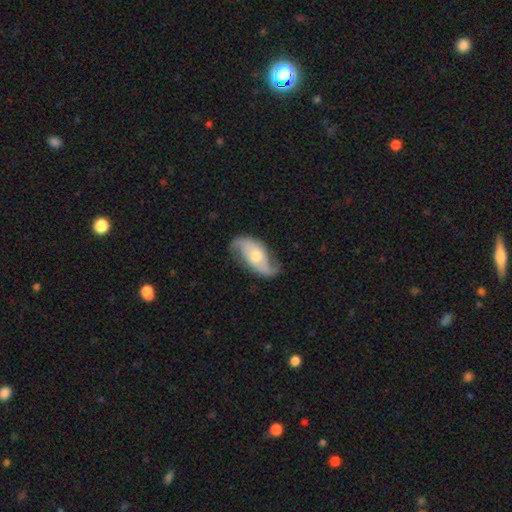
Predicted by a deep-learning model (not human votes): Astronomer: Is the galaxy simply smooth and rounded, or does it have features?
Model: featured or disk — 81%.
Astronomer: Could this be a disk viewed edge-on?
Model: no — 95%.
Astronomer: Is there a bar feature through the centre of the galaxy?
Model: no — 56% (runner-up: weak, 35%).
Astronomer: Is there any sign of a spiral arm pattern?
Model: yes — 94%.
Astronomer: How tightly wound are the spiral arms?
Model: loose — 58%.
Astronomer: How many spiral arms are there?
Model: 2 — 91%.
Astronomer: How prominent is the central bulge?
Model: moderate — 60%.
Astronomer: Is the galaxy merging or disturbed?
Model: none — 76%.